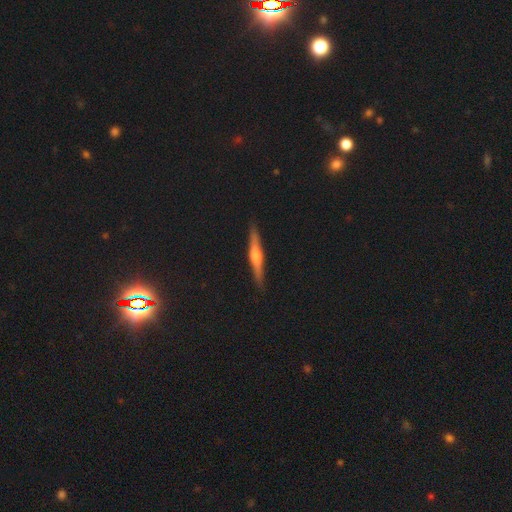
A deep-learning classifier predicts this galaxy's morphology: featured or disk 69%, smooth 25%, star or artifact 6%. Down the decision tree: edge-on disk — yes (97%); edge-on bulge — rounded (88%); merging — none (91%).